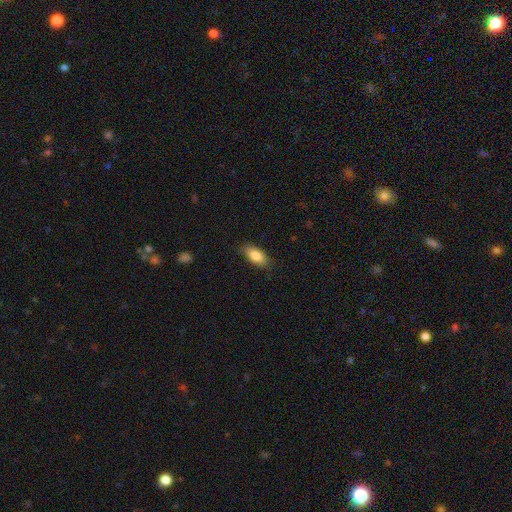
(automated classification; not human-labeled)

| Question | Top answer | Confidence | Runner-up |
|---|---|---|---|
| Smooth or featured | smooth | 85% | featured or disk (8%) |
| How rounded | in between | 88% | cigar-shaped (9%) |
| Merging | none | 84% | minor disturbance (13%) |